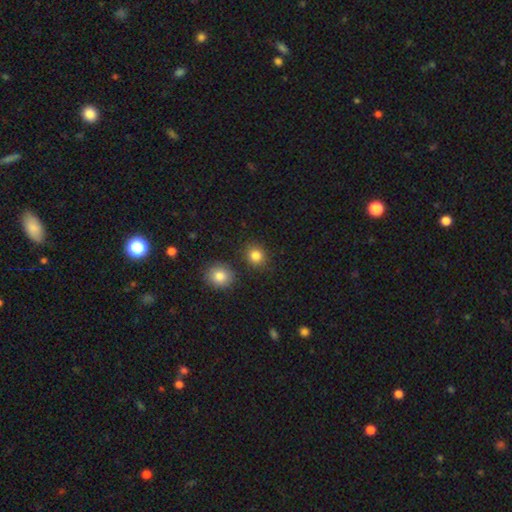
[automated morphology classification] smooth-or-featured: smooth: 83% | star or artifact: 11% | featured or disk: 5%
  how-rounded: round: 79% | in between: 20% | cigar-shaped: 1%
  merging: none: 83% | minor disturbance: 9% | merger: 6% | major disturbance: 3%